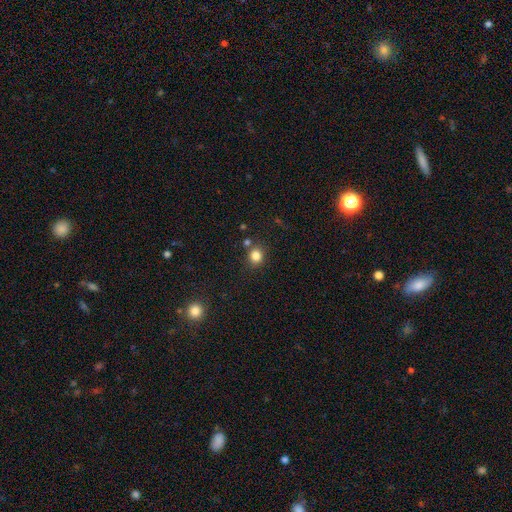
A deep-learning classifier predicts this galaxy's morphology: This is clearly a smooth galaxy (82%). How rounded: clearly round (81%). Merging: likely none (78%).